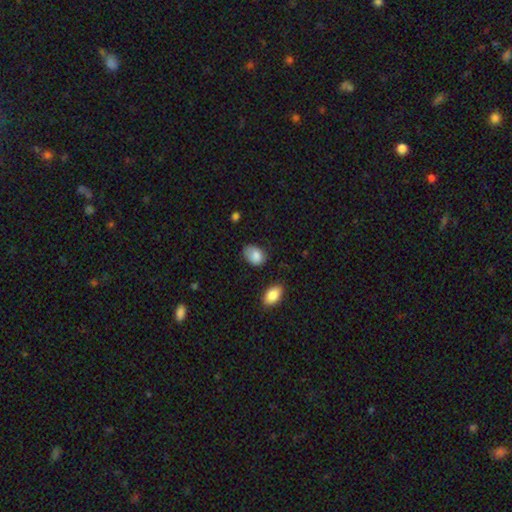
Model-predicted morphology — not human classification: Smooth or featured: smooth — 85% (star or artifact — 8%)
How rounded: in between — 80% (round — 19%)
Merging: none — 56% (minor disturbance — 33%)